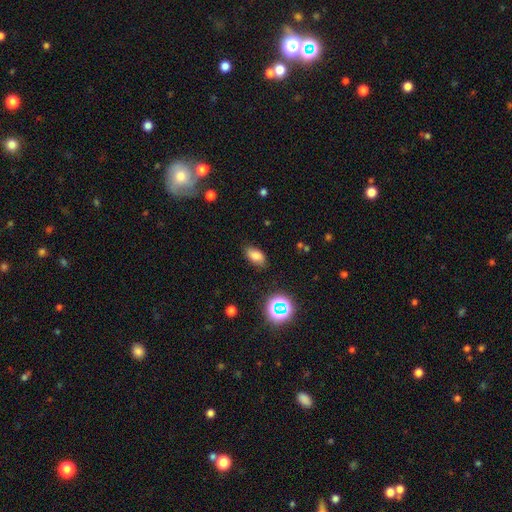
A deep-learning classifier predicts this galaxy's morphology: smooth 77%, star or artifact 14%, featured or disk 9%. Down the decision tree: how rounded — in between (89%); merging — none (82%).